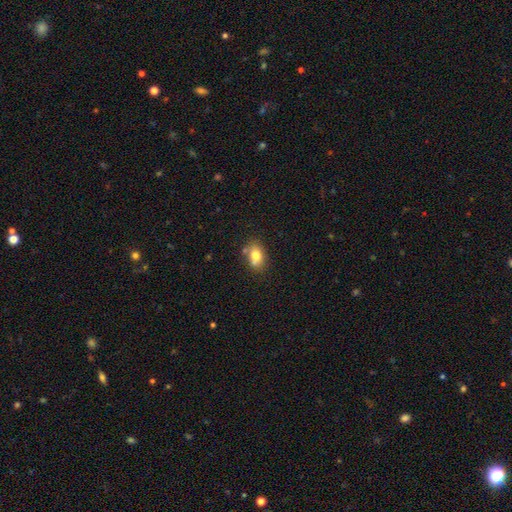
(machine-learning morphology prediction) type=smooth (77%); roundness=in between (76%); merging=none (63%).